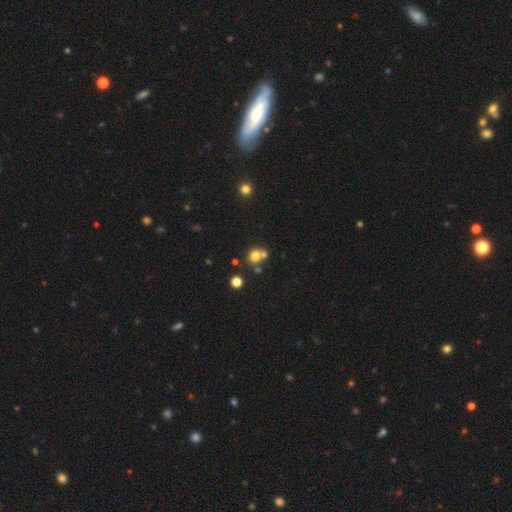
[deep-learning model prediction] A smooth galaxy with no disk features (75%) that is round (77%).

Vote fractions:
- Smooth or featured? smooth: 75% / star or artifact: 14% / featured or disk: 11%
- How rounded? round: 77% / in between: 23% / cigar-shaped: 1%
- Merging? none: 50% / merger: 37% / minor disturbance: 10% / major disturbance: 4%